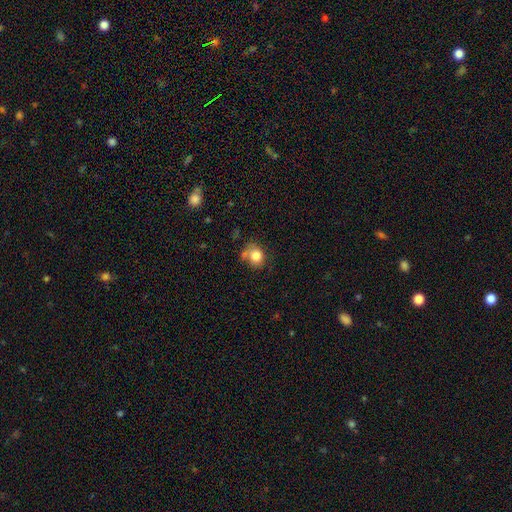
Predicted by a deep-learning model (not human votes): Smooth or featured?
  - smooth: 81% *
  - star or artifact: 10%
  - featured or disk: 9%
How rounded?
  - round: 68% *
  - in between: 31%
  - cigar-shaped: 1%
Merging?
  - none: 54% *
  - minor disturbance: 24%
  - merger: 13%
  - major disturbance: 9%